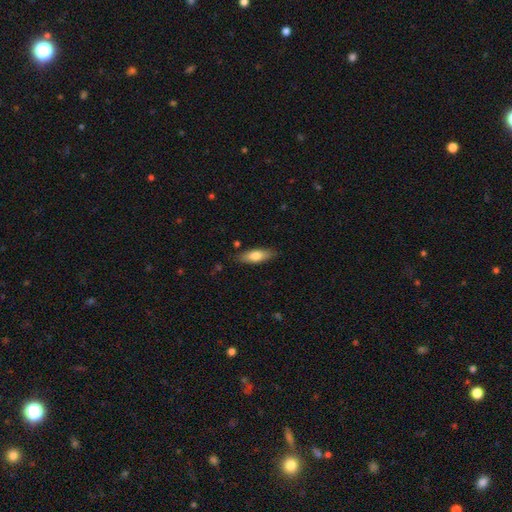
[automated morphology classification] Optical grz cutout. It shows a smooth galaxy with no disk features (70%) that is in between round and cigar-shaped (58%). Merging: none (85%).